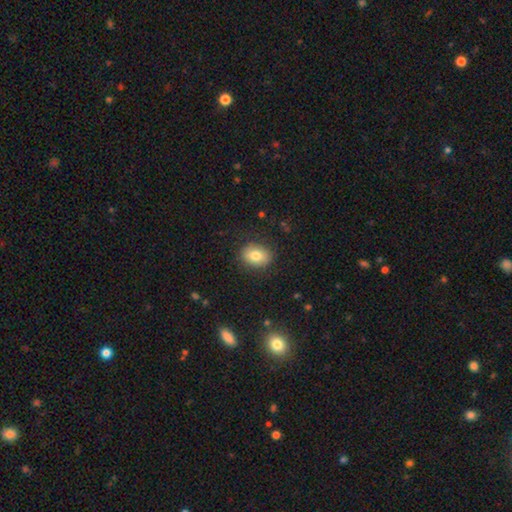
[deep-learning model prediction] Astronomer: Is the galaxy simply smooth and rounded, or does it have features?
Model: smooth — 80%.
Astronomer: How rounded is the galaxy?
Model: in between — 63%.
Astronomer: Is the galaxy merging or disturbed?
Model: none — 86%.